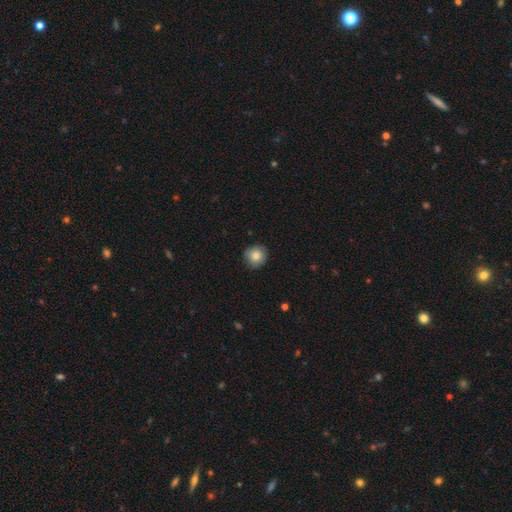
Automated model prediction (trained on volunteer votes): A smooth galaxy with no disk features (83%) that is round (91%). Merging: none (86%).